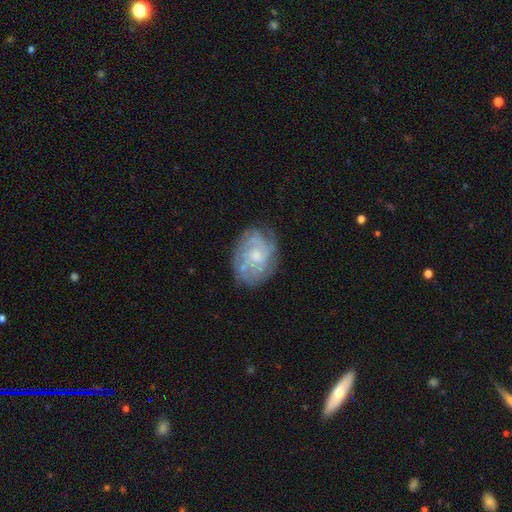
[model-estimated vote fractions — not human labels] Smooth or featured? featured or disk (74%)
Edge-on disk? no (97%)
Bar? no (72%)
Spiral arms? yes (86%)
Spiral winding? tight (58%)
Spiral arm count? can't tell (50%)
Bulge size? moderate (46%)
Merging? none (71%)